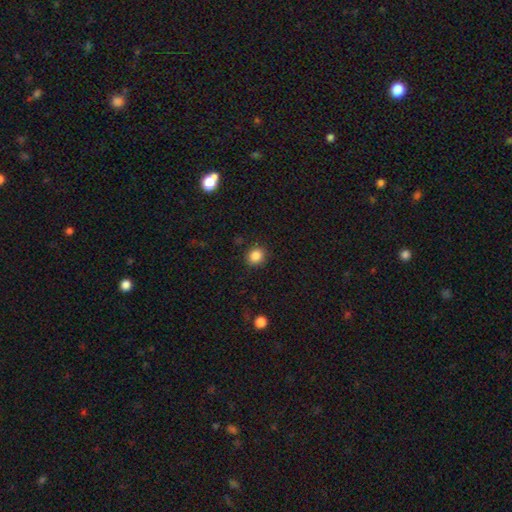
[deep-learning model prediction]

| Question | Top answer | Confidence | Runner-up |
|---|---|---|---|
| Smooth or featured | smooth | 86% | star or artifact (11%) |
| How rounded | round | 81% | in between (18%) |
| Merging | none | 88% | minor disturbance (8%) |